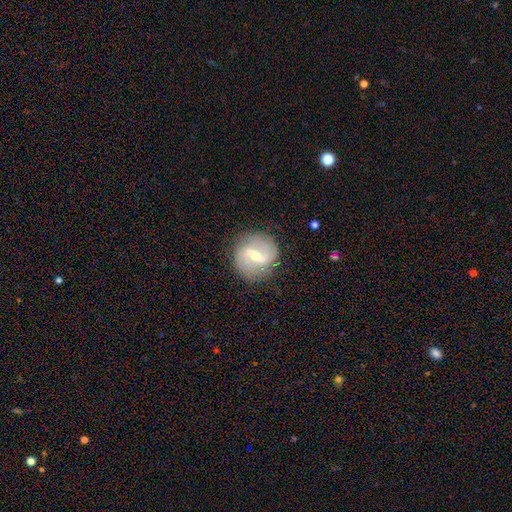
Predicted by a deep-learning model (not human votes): Smooth or featured? featured or disk (77%)
Edge-on disk? no (96%)
Bar? weak (50%)
Spiral arms? yes (86%)
Spiral winding? medium (42%)
Spiral arm count? 2 (76%)
Bulge size? moderate (51%)
Merging? none (81%)